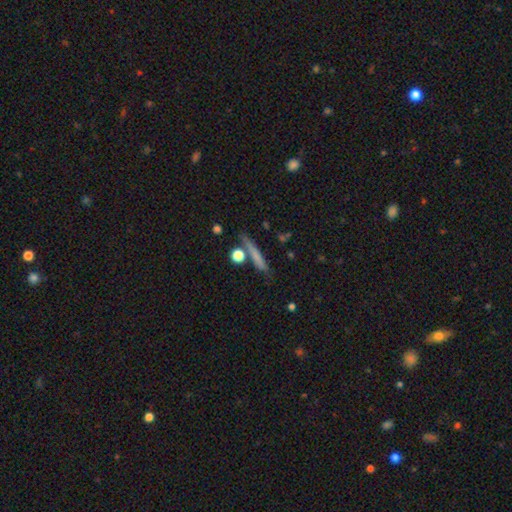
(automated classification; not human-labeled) Smooth or featured? smooth (66%)
How rounded? cigar-shaped (85%)
Merging? none (77%)